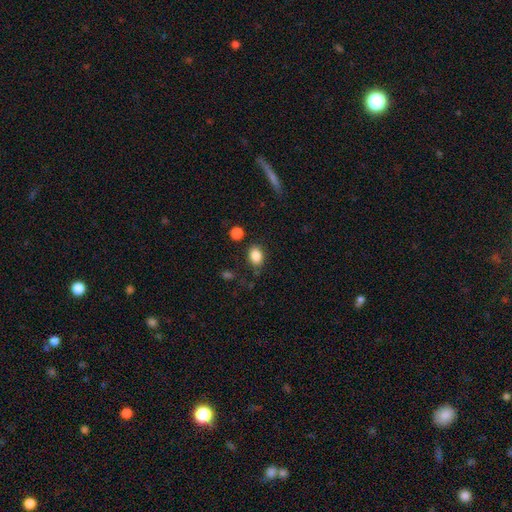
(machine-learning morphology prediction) type=smooth (86%); roundness=in between (70%); merging=none (78%).